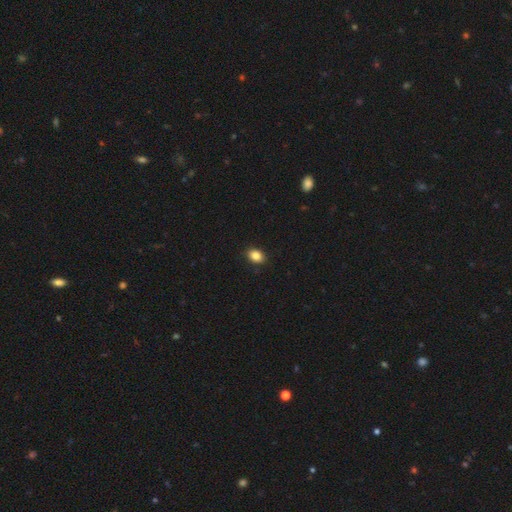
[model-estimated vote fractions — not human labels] Overall: smooth (86%). How rounded: in between (73%). Merging: none (89%).